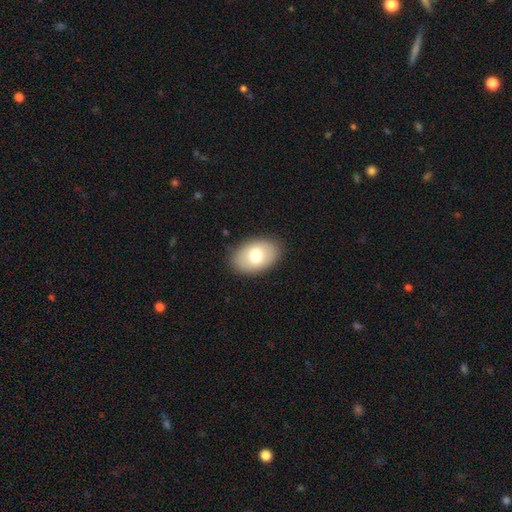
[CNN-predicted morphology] smooth 75%, featured or disk 18%, star or artifact 7%. Down the decision tree: how rounded — in between (89%); merging — none (87%).